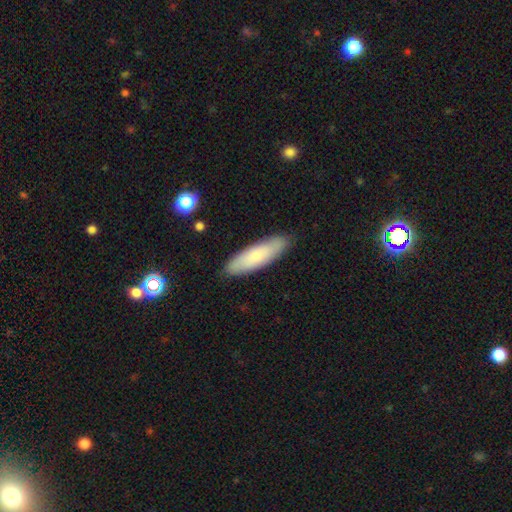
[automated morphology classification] Q: Smooth or featured?
A: smooth (77%); runner-up: featured or disk (17%)
Q: How rounded?
A: cigar-shaped (58%); runner-up: in between (40%)
Q: Merging?
A: none (87%); runner-up: minor disturbance (10%)